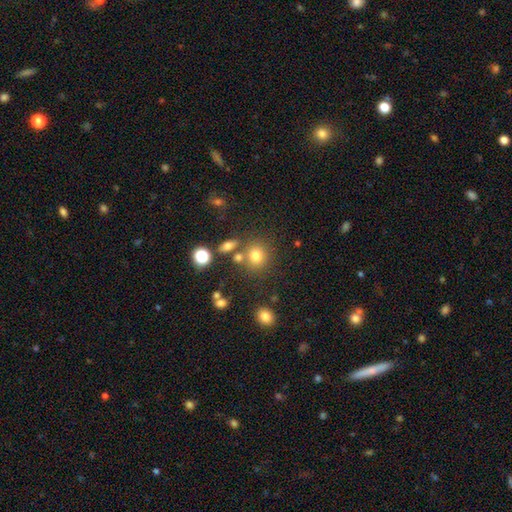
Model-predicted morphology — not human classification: Overall: smooth (75%). How rounded: round (79%). Merging: none (70%).